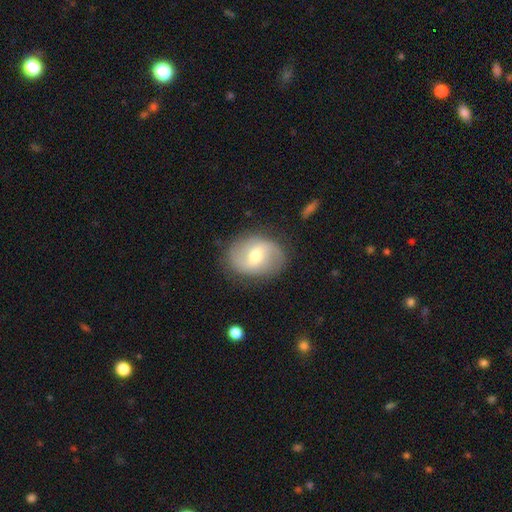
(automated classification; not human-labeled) The model was most divided on "bar": weak: 53%, no: 26%, strong: 21%. More confident: edge-on disk — no (96%); merging — none (82%); spiral arms — yes (80%); bulge size — moderate (70%); smooth or featured — featured or disk (63%).